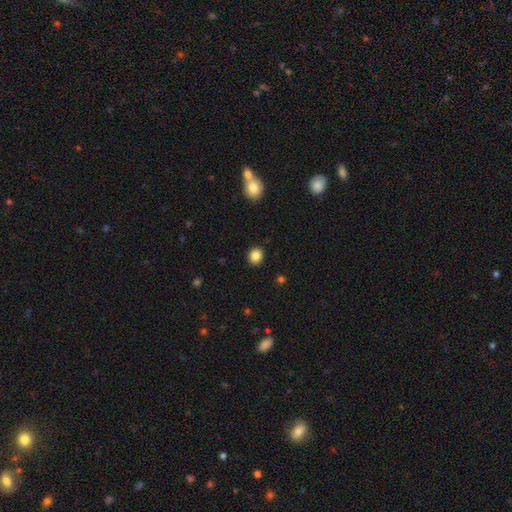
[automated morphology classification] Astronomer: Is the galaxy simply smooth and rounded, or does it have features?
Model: smooth — 85%.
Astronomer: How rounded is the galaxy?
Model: round — 79%.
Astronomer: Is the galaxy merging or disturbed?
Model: none — 91%.